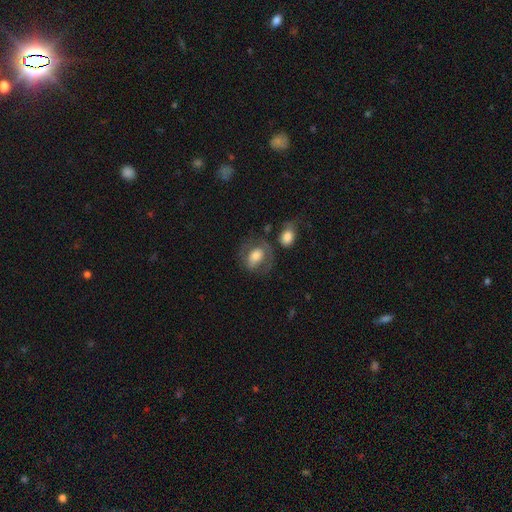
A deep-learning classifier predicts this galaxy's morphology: Overall: smooth (58%; featured or disk 34%). How rounded: in between (65%; round 33%). Merging: none (57%; minor disturbance 20%).